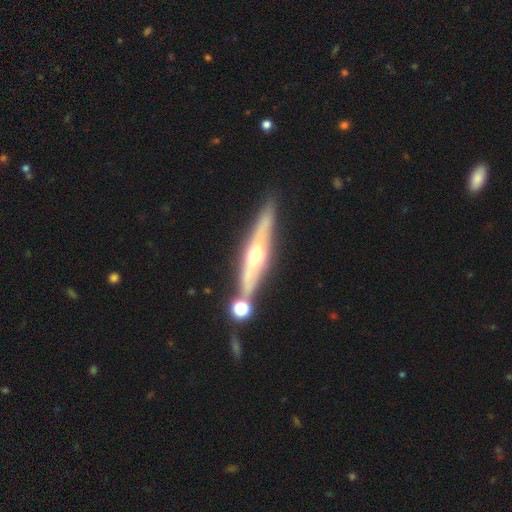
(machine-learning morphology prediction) Smooth or featured? Predicted: featured or disk (p=0.71). Edge-on disk? Predicted: yes (p=0.89). Edge-on bulge? Predicted: rounded (p=0.87). Merging? Predicted: none (p=0.72).